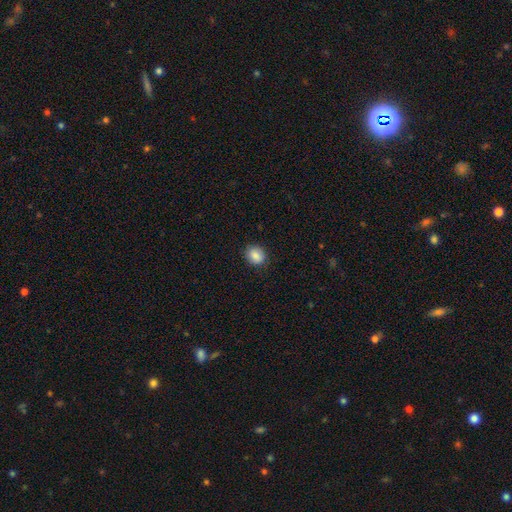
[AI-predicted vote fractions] A smooth galaxy with no disk features (87%) that is round (63%). Merging: none (87%).